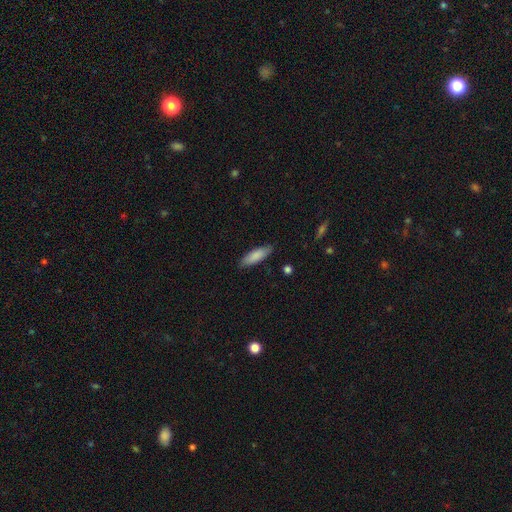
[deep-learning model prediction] This is clearly a smooth galaxy (85%). How rounded: possibly cigar-shaped (50%). Merging: clearly none (86%).